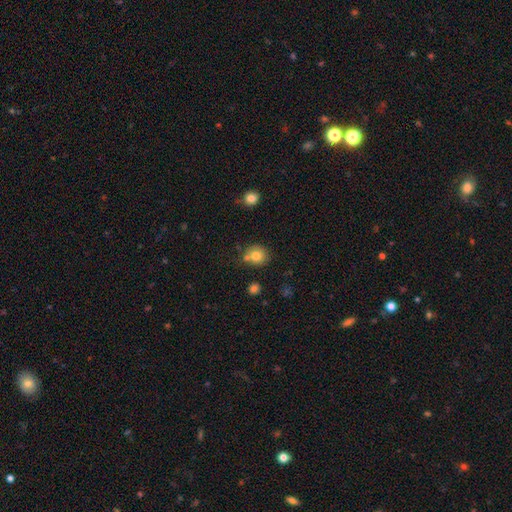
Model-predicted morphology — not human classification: This is likely a smooth galaxy (80%). How rounded: clearly round (84%). Merging: likely none (65%).